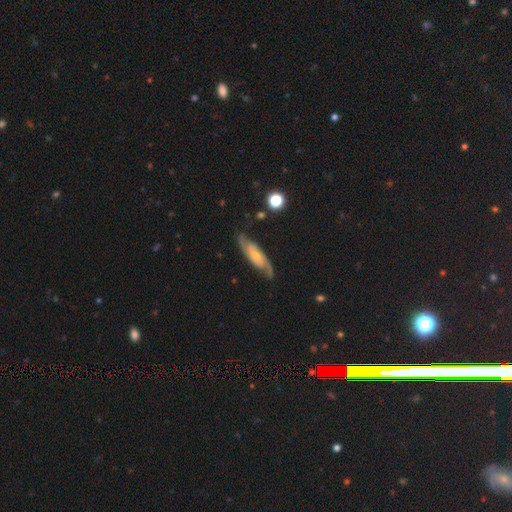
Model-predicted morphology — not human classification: A featured or disk galaxy (81%) with no bar (54%), 2 (86%) medium (46%) spiral arms (96%) and a small central bulge (58%).

Vote fractions:
- Smooth or featured? featured or disk: 81% / smooth: 14% / star or artifact: 5%
- Edge-on disk? no: 87% / yes: 13%
- Bar? no: 54% / weak: 34% / strong: 11%
- Spiral arms? yes: 96% / no: 4%
- Spiral winding? medium: 46% / tight: 36% / loose: 18%
- Spiral arm count? 2: 86% / can't tell: 7% / 3: 3% / 1: 2% / 4: 1% / more than 4: 1%
- Bulge size? small: 58% / moderate: 34% / none: 5% / large: 3% / dominant: 1%
- Merging? none: 77% / minor disturbance: 16% / major disturbance: 5% / merger: 2%